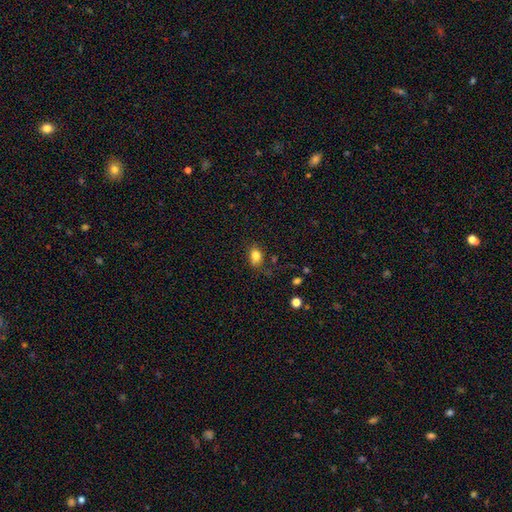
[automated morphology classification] smooth 83%, star or artifact 11%, featured or disk 7%. Down the decision tree: how rounded — in between (68%); merging — none (74%).